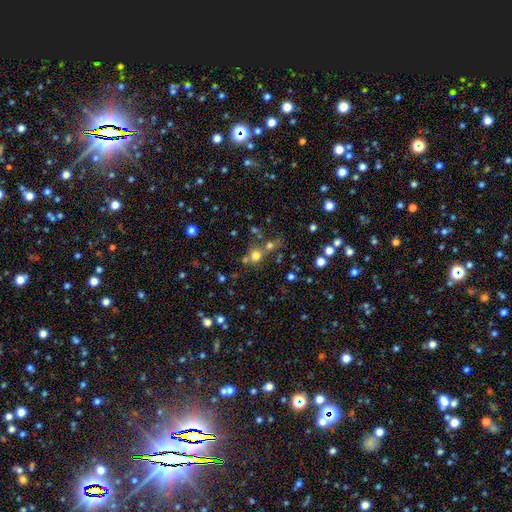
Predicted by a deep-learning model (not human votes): A smooth galaxy with no disk features (67%) that is round (88%).

Vote fractions:
- Smooth or featured? smooth: 67% / star or artifact: 22% / featured or disk: 11%
- How rounded? round: 88% / in between: 11% / cigar-shaped: 1%
- Merging? none: 57% / merger: 28% / minor disturbance: 9% / major disturbance: 6%